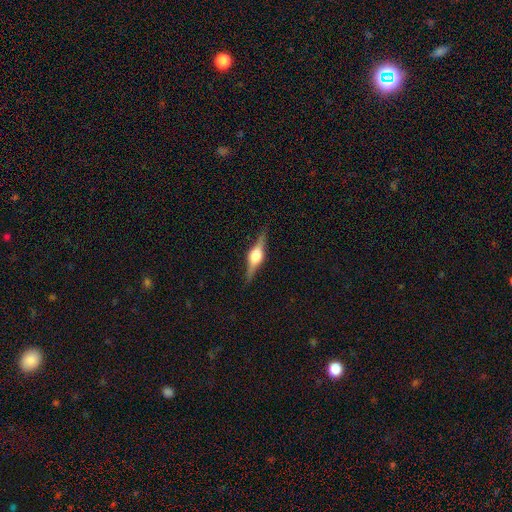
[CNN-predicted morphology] type=featured or disk (79%); edge-on=yes (98%); edge-on bulge=rounded (92%); merging=none (89%).